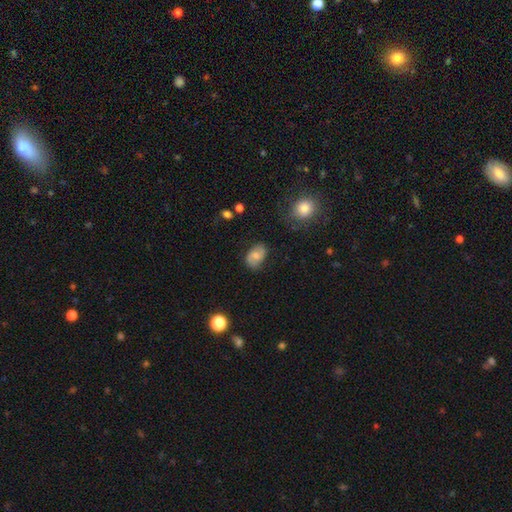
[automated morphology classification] type=smooth (55%); roundness=in between (82%); merging=none (74%).